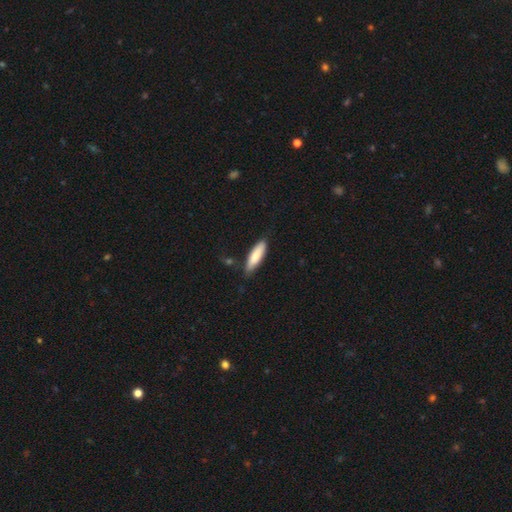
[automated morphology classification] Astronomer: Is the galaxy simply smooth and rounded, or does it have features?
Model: smooth — 80%.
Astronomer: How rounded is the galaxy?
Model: cigar-shaped — 62%.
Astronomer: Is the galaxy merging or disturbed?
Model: none — 78%.